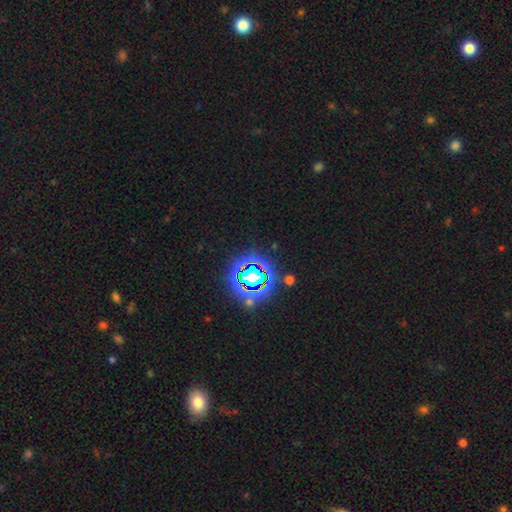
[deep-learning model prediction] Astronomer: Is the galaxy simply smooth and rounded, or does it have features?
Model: star or artifact — 82%.